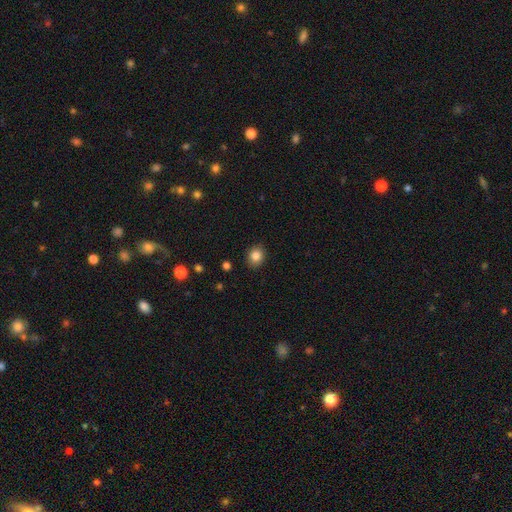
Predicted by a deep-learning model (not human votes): Morphology: type=smooth (84%); roundness=round (62%); merging=none (89%).